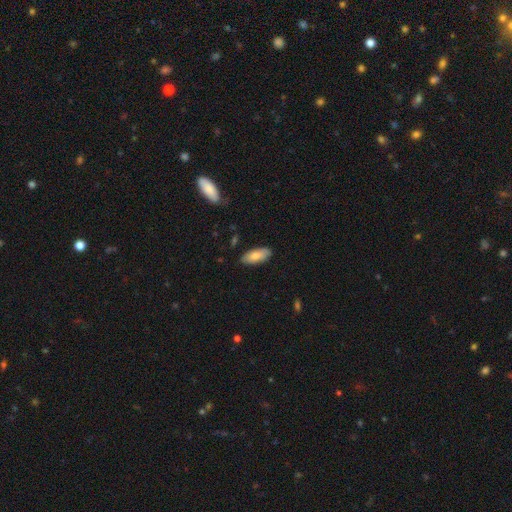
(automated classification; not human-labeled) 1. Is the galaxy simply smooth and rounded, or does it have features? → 77% smooth, 18% featured or disk, 6% star or artifact.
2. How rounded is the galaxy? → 84% in between, 14% cigar-shaped, 2% round.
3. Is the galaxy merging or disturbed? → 82% none, 15% minor disturbance, 2% major disturbance, 1% merger.